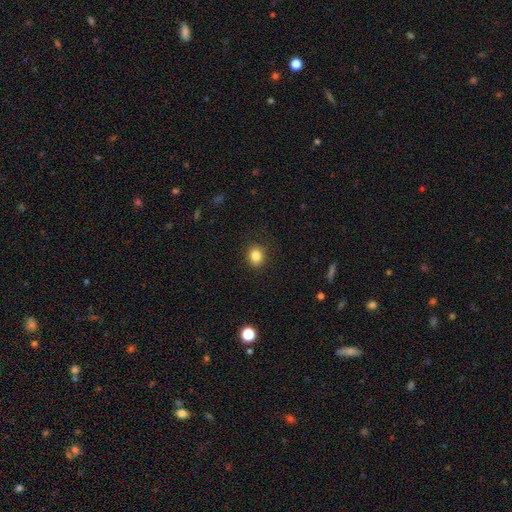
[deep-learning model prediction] smooth-or-featured: smooth: 84% | star or artifact: 11% | featured or disk: 5%
  how-rounded: round: 72% | in between: 27% | cigar-shaped: 1%
  merging: none: 89% | minor disturbance: 8% | major disturbance: 2% | merger: 1%